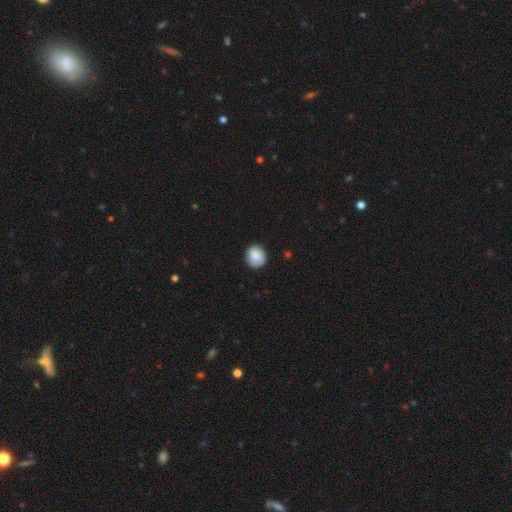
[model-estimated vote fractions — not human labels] Q: Smooth or featured?
A: smooth (81%); runner-up: featured or disk (12%)
Q: How rounded?
A: round (80%); runner-up: in between (19%)
Q: Merging?
A: none (79%); runner-up: minor disturbance (17%)